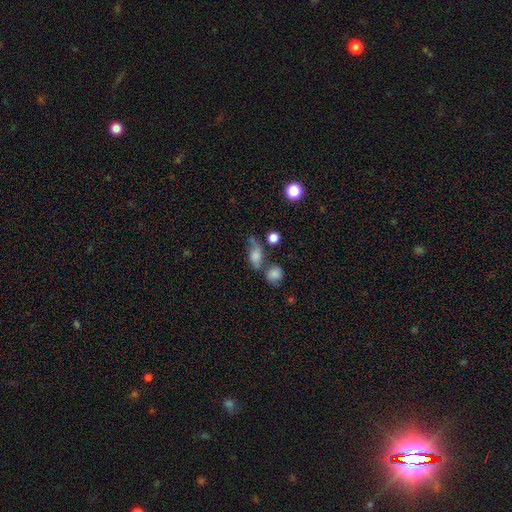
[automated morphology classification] type=smooth (56%); roundness=in between (61%); merging=none (38%).